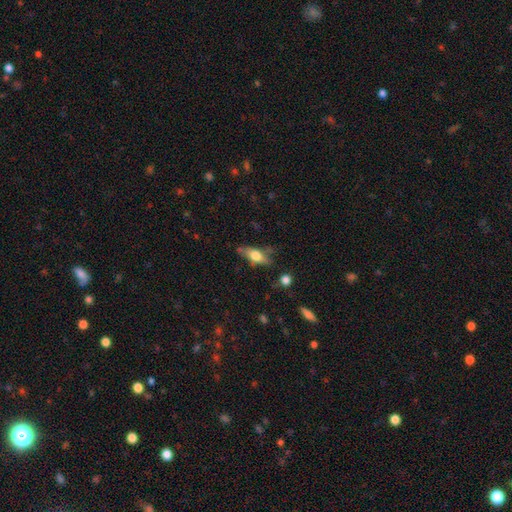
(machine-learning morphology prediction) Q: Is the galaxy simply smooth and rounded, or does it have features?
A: smooth — 55%.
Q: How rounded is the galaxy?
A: in between — 66%.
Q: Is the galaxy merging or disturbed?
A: none — 60%.